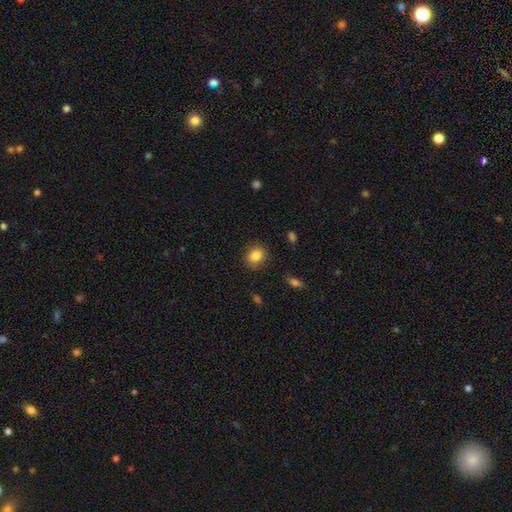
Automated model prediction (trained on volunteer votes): Smooth or featured? smooth (85%)
How rounded? round (67%)
Merging? none (86%)